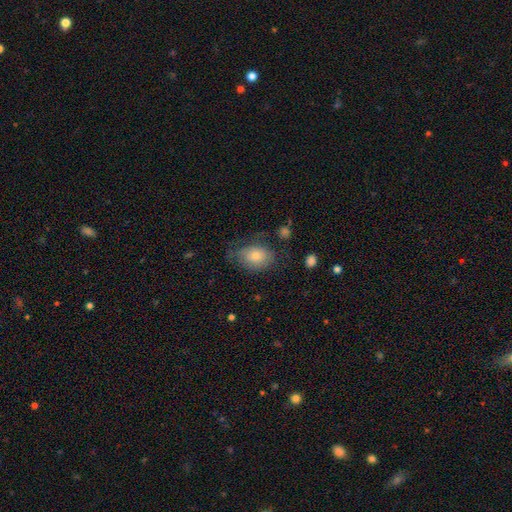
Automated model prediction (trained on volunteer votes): Q: Smooth or featured?
A: smooth (70%); runner-up: featured or disk (20%)
Q: How rounded?
A: in between (74%); runner-up: round (25%)
Q: Merging?
A: none (58%); runner-up: minor disturbance (27%)